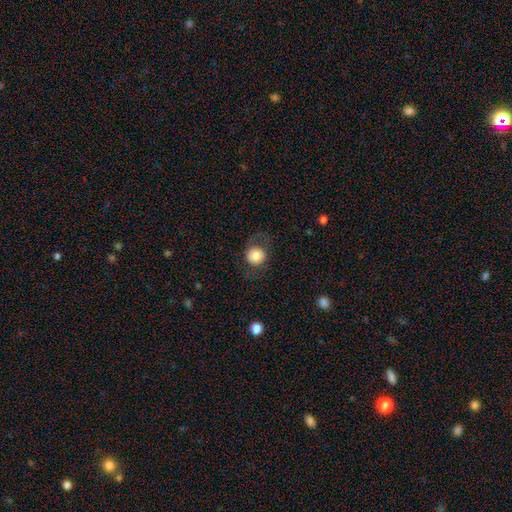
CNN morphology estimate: Overall: smooth (75%). How rounded: round (90%). Merging: none (74%).